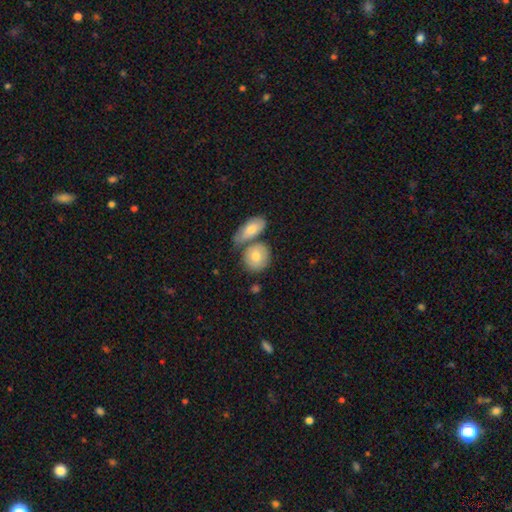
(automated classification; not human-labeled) Smooth or featured? smooth (71%)
How rounded? round (62%)
Merging? none (55%)